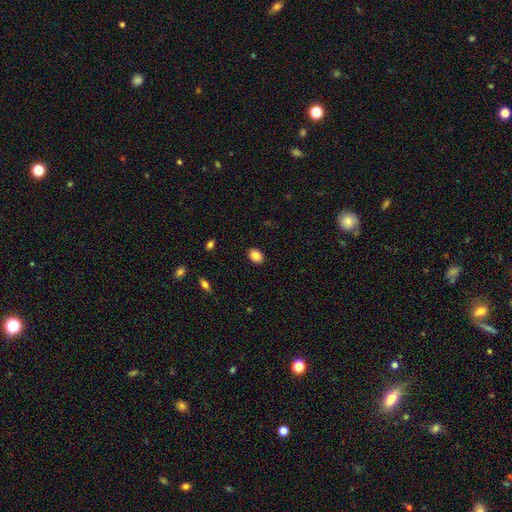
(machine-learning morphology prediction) Smooth or featured? smooth (85%)
How rounded? in between (75%)
Merging? none (90%)